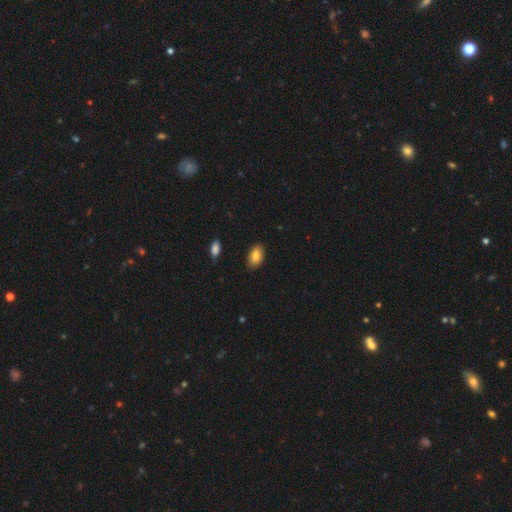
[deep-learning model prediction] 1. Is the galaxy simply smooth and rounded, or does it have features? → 85% smooth, 8% featured or disk, 7% star or artifact.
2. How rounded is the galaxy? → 92% in between, 6% round, 2% cigar-shaped.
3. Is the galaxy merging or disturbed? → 87% none, 10% minor disturbance, 2% major disturbance, 1% merger.